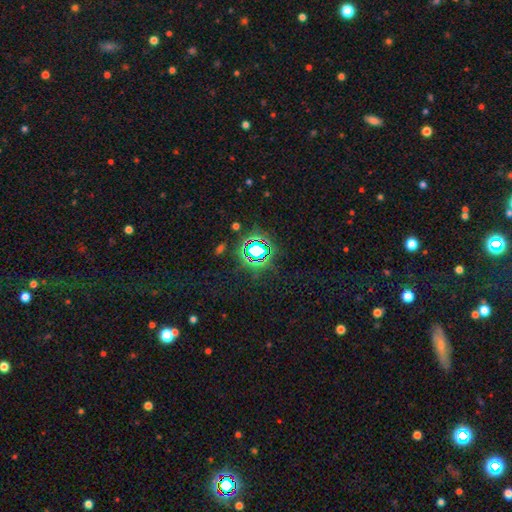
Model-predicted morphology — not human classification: Smooth or featured? star or artifact (74%)